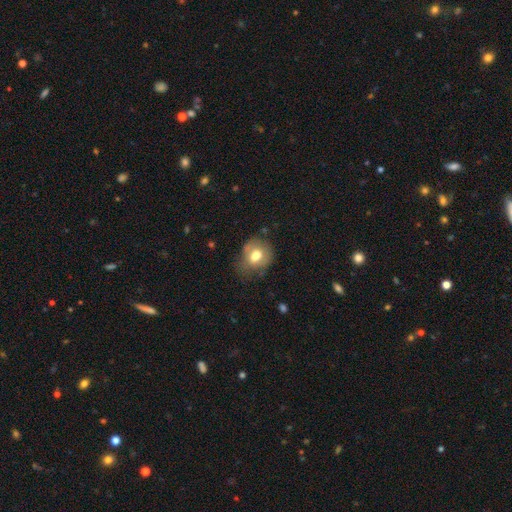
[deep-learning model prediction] A smooth galaxy with no disk features (67%) that is round (53%).

Vote fractions:
- Smooth or featured? smooth: 67% / featured or disk: 24% / star or artifact: 8%
- How rounded? round: 53% / in between: 46% / cigar-shaped: 1%
- Merging? none: 55% / minor disturbance: 29% / major disturbance: 12% / merger: 3%